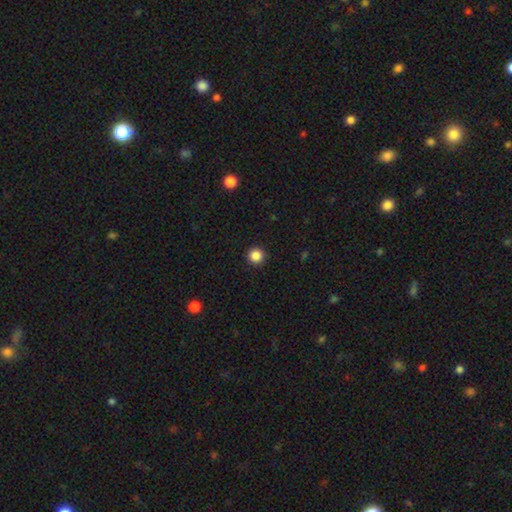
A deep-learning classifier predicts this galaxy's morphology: This appears to be a smooth galaxy with no disk features (86%) that is round (96%). Merging: none (93%).